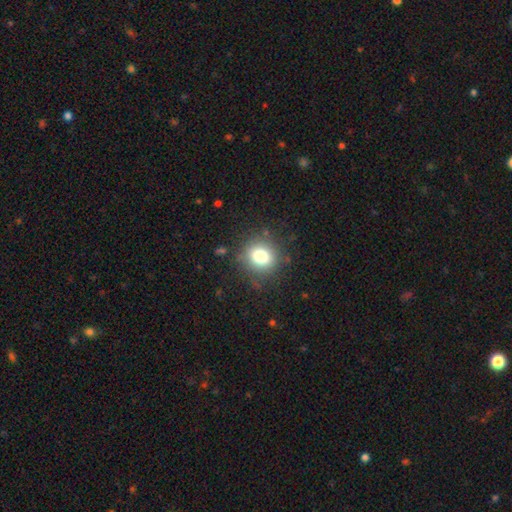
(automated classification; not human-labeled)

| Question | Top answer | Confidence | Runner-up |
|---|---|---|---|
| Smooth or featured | smooth | 78% | star or artifact (12%) |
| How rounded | round | 80% | in between (19%) |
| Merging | none | 84% | minor disturbance (10%) |